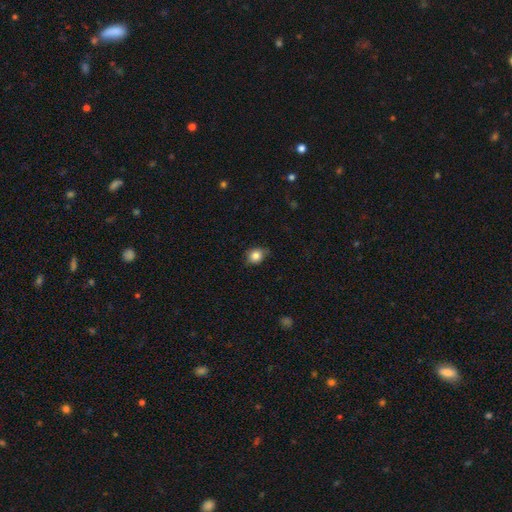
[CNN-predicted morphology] Smooth or featured?
  - smooth: 83% *
  - star or artifact: 10%
  - featured or disk: 7%
How rounded?
  - round: 62% *
  - in between: 37%
  - cigar-shaped: 1%
Merging?
  - none: 72% *
  - minor disturbance: 23%
  - major disturbance: 4%
  - merger: 1%